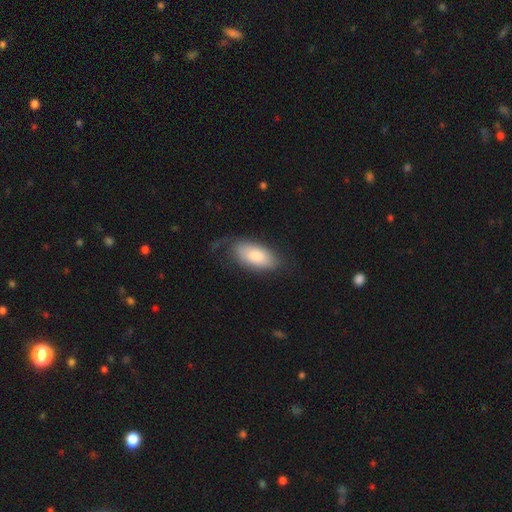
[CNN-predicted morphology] Q: Smooth or featured?
A: smooth (77%); runner-up: featured or disk (17%)
Q: How rounded?
A: in between (93%); runner-up: cigar-shaped (5%)
Q: Merging?
A: none (56%); runner-up: minor disturbance (26%)